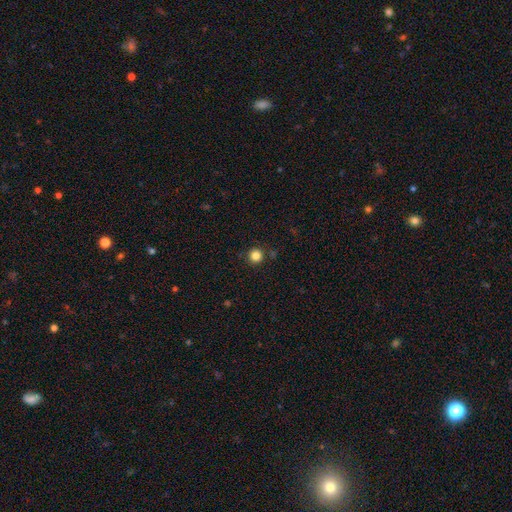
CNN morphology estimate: A smooth galaxy with no disk features (84%) that is round (96%). Merging: none (89%).